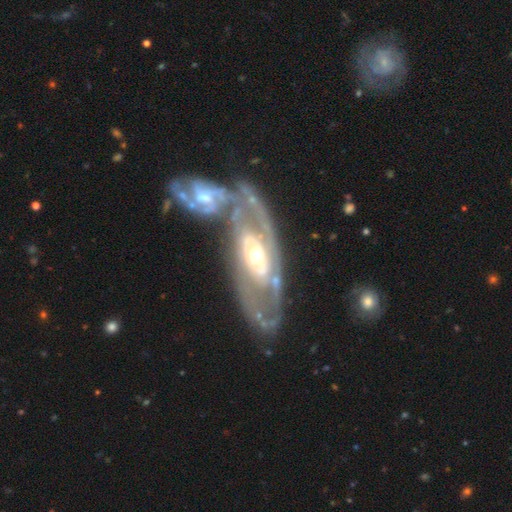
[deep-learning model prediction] The model was most divided on "merging": none: 43%, merger: 32%, minor disturbance: 15%, major disturbance: 10%. More confident: edge-on disk — no (91%); smooth or featured — featured or disk (86%); spiral arms — yes (79%); bulge size — moderate (71%); bar — no (64%); spiral winding — tight (54%); spiral arm count — 2 (50%).